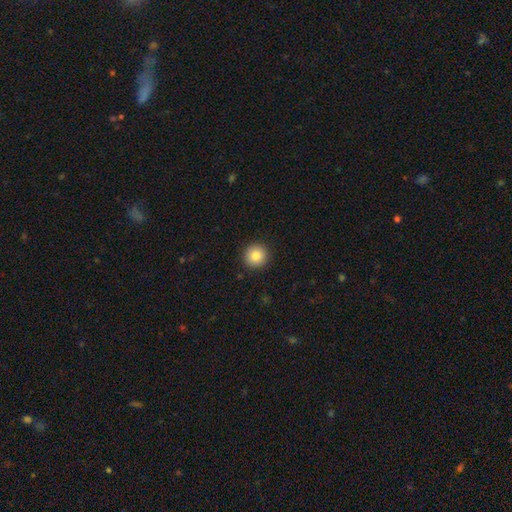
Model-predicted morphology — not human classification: The model was most divided on "smooth or featured": smooth: 85%, star or artifact: 9%, featured or disk: 5%. More confident: how rounded — round (95%); merging — none (92%).